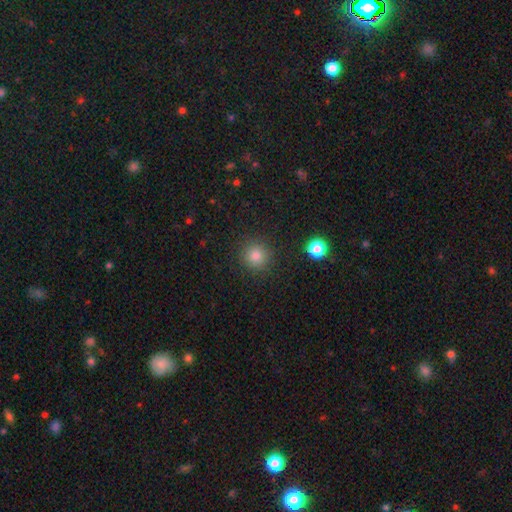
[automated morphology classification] This is clearly a smooth galaxy (81%). How rounded: clearly round (94%). Merging: clearly none (90%).